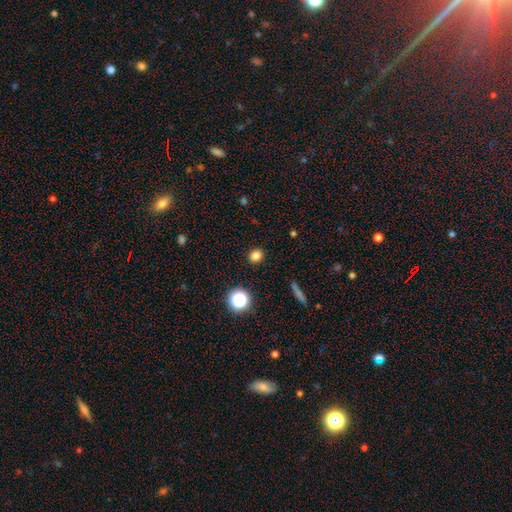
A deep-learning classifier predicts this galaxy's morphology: This appears to be a smooth galaxy with no disk features (81%) that is round (69%). Merging: none (90%).